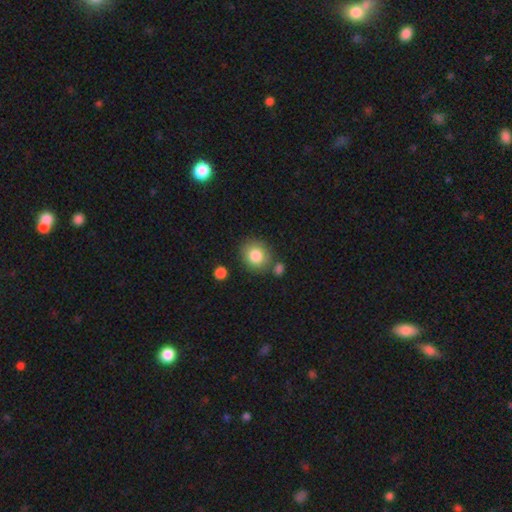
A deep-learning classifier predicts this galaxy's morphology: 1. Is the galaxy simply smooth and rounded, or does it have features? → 83% smooth, 9% star or artifact, 8% featured or disk.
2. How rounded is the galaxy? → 75% round, 24% in between, 1% cigar-shaped.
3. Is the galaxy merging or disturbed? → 76% none, 12% minor disturbance, 9% merger, 3% major disturbance.